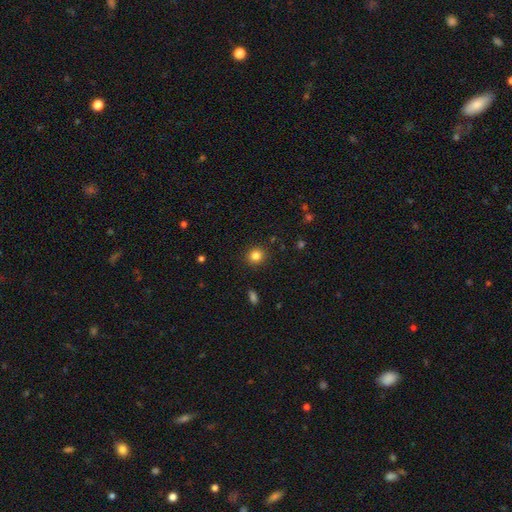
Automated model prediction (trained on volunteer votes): The model was most divided on "smooth or featured": smooth: 83%, star or artifact: 12%, featured or disk: 5%. More confident: merging — none (90%); how rounded — round (86%).